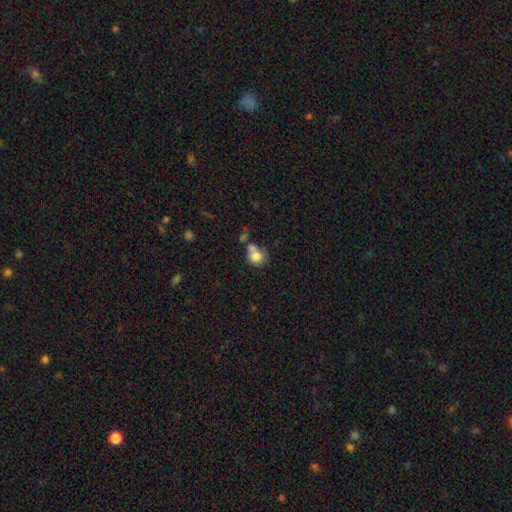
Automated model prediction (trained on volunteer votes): The model was most divided on "merging": none: 39%, merger: 34%, minor disturbance: 17%, major disturbance: 9%. More confident: smooth or featured — smooth (78%); how rounded — round (75%).